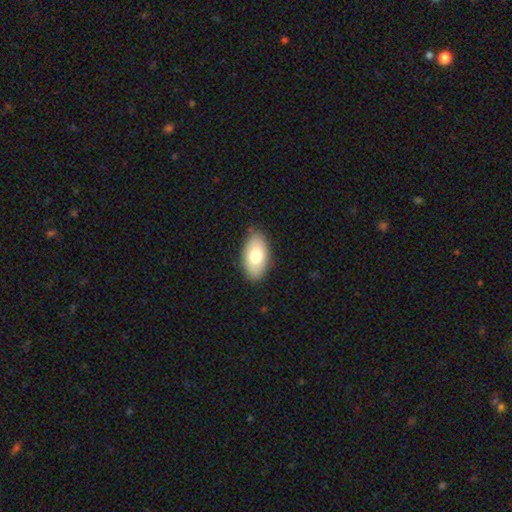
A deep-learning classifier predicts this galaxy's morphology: smooth-or-featured: smooth: 77% | featured or disk: 17% | star or artifact: 6%
  how-rounded: in between: 95% | round: 3% | cigar-shaped: 2%
  merging: none: 85% | minor disturbance: 11% | major disturbance: 2% | merger: 1%